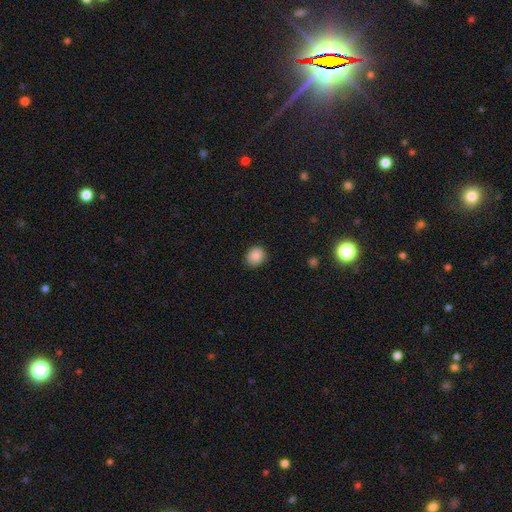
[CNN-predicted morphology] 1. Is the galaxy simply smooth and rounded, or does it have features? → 88% smooth, 9% star or artifact, 3% featured or disk.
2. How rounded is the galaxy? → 69% round, 30% in between, 1% cigar-shaped.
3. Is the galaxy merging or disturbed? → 86% none, 10% minor disturbance, 2% major disturbance, 1% merger.